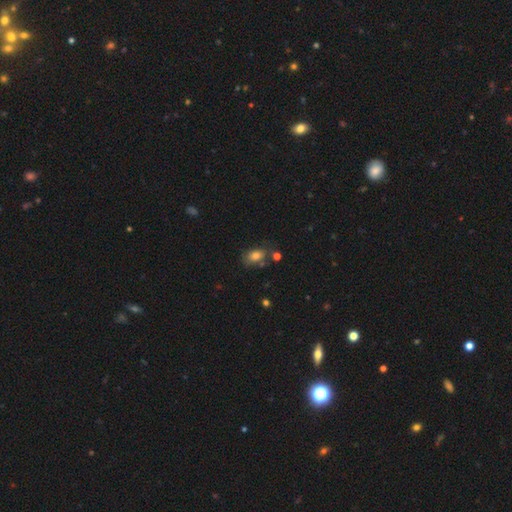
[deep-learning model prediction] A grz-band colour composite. It shows a smooth galaxy with no disk features (78%) that is in between round and cigar-shaped (85%). Merging: none (64%).